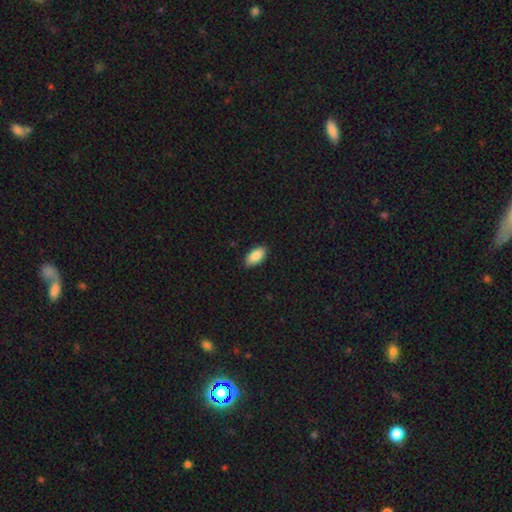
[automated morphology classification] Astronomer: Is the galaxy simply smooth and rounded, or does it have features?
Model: smooth — 88%.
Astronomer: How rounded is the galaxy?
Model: in between — 94%.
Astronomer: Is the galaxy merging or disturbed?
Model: none — 88%.